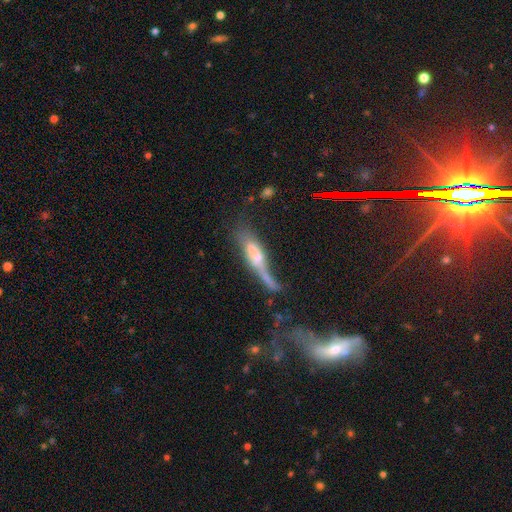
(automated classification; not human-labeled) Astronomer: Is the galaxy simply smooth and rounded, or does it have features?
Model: featured or disk — 51% (runner-up: smooth, 39%).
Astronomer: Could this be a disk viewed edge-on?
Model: no — 51% (runner-up: yes, 49%).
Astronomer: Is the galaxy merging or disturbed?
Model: merger — 30% (runner-up: major disturbance, 29%).